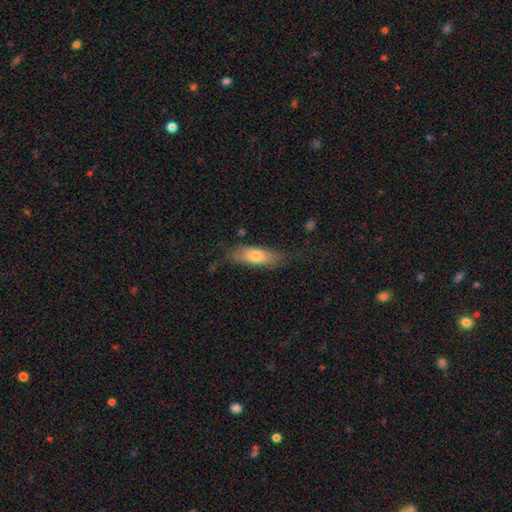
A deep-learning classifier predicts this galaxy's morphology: The model was most divided on "how rounded": in between: 55%, cigar-shaped: 43%, round: 3%. More confident: smooth or featured — smooth (68%); merging — none (68%).